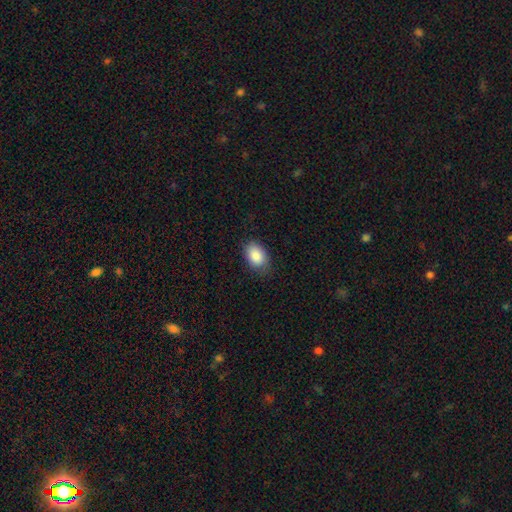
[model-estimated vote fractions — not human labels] smooth-or-featured: smooth: 88% | star or artifact: 7% | featured or disk: 5%
  how-rounded: in between: 86% | round: 13% | cigar-shaped: 1%
  merging: none: 78% | minor disturbance: 17% | major disturbance: 4% | merger: 1%